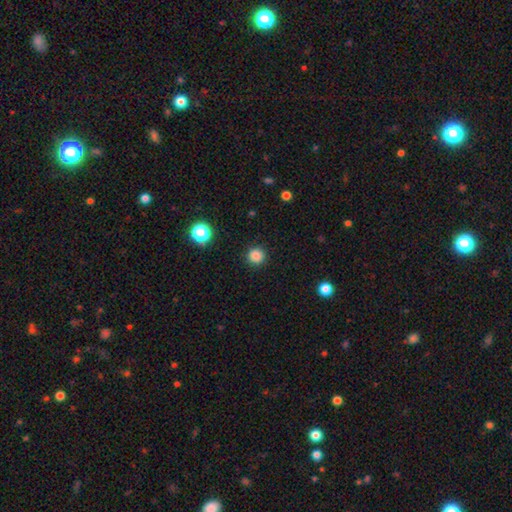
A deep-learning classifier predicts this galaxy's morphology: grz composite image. It shows a smooth galaxy with no disk features (84%) that is round (94%). Merging: none (91%).